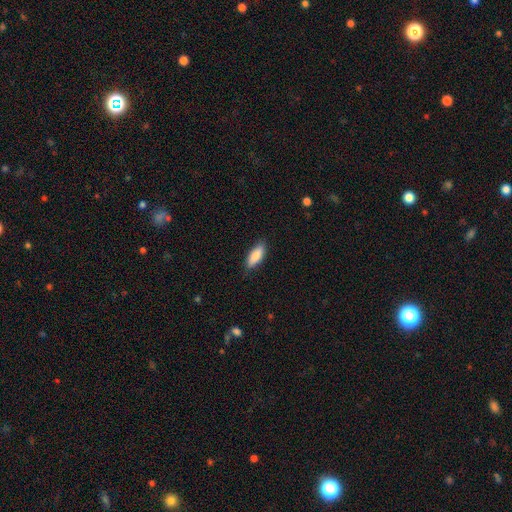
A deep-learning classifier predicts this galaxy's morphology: Smooth or featured? Predicted: smooth (p=0.82). How rounded? Predicted: in between (p=0.70). Merging? Predicted: none (p=0.84).